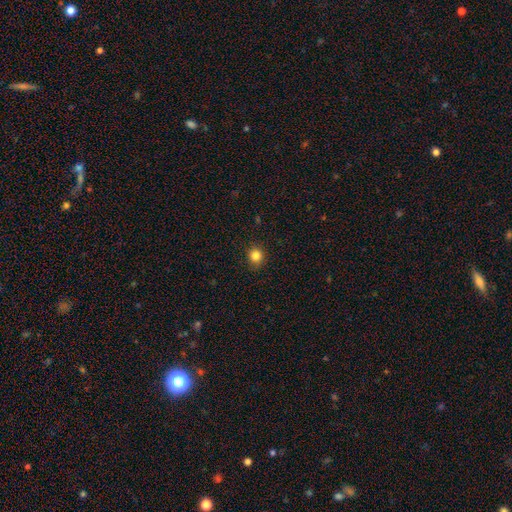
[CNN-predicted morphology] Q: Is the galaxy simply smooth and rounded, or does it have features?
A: smooth — 84%.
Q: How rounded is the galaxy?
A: round — 90%.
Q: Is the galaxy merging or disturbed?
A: none — 91%.